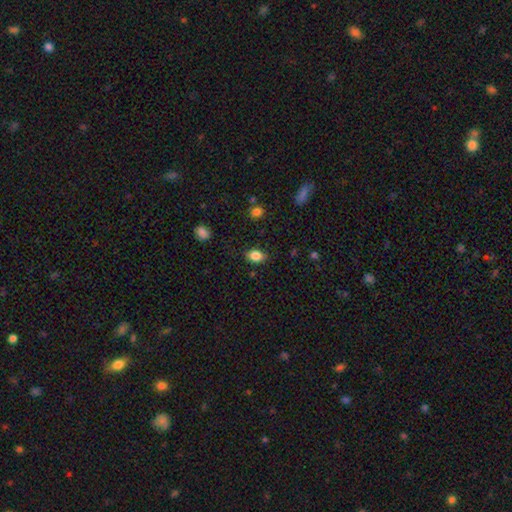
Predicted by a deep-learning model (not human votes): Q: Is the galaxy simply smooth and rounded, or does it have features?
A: smooth — 85%.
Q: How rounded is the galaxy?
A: in between — 81%.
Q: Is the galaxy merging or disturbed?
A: none — 82%.